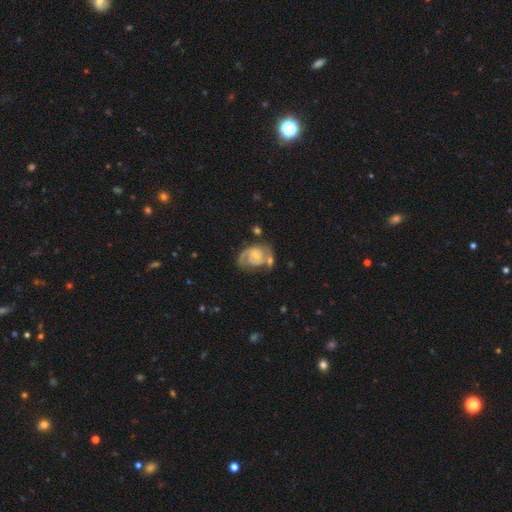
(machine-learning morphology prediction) Smooth or featured?
  - featured or disk: 85% *
  - smooth: 10%
  - star or artifact: 5%
Edge-on disk?
  - no: 98% *
  - yes: 2%
Bar?
  - no: 57% *
  - weak: 36%
  - strong: 8%
Spiral arms?
  - yes: 95% *
  - no: 5%
Spiral winding?
  - tight: 49% *
  - medium: 41%
  - loose: 10%
Spiral arm count?
  - 2: 77% *
  - 1: 8%
  - can't tell: 8%
  - 3: 4%
  - 4: 1%
  - more than 4: 1%
Bulge size?
  - small: 59% *
  - moderate: 34%
  - none: 4%
  - large: 2%
  - dominant: 1%
Merging?
  - none: 52% *
  - minor disturbance: 20%
  - merger: 15%
  - major disturbance: 13%